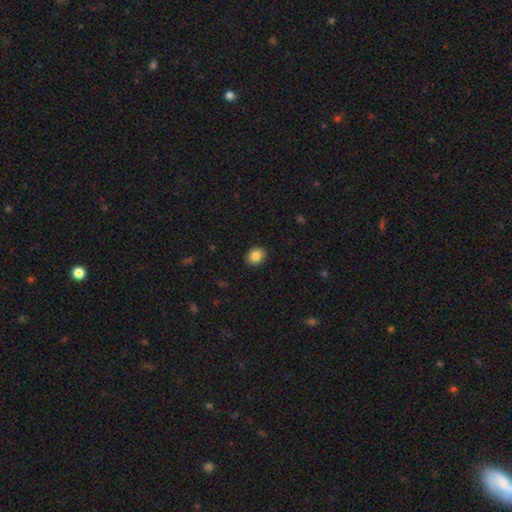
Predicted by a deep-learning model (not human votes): Overall: smooth (85%). How rounded: round (54%; in between 45%). Merging: none (90%).